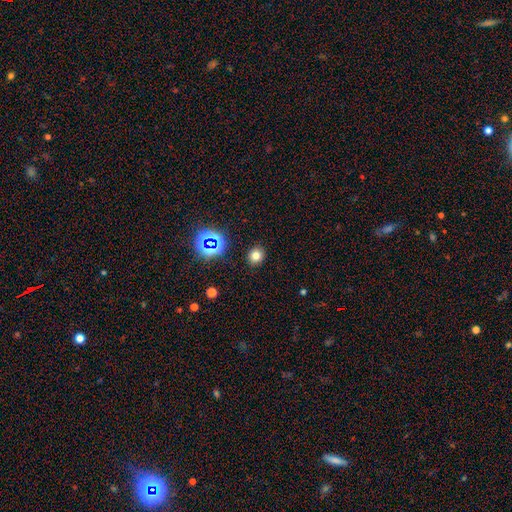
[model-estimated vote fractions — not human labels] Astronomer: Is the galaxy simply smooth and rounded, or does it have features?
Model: smooth — 73%.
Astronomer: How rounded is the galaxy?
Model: round — 74%.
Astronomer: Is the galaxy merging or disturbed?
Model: none — 89%.